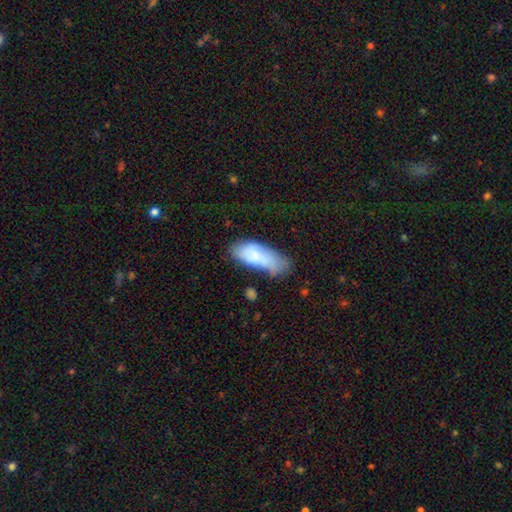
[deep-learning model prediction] Smooth or featured?
  - smooth: 79% *
  - featured or disk: 13%
  - star or artifact: 7%
How rounded?
  - in between: 75% *
  - cigar-shaped: 23%
  - round: 2%
Merging?
  - none: 42% *
  - minor disturbance: 36%
  - major disturbance: 15%
  - merger: 6%